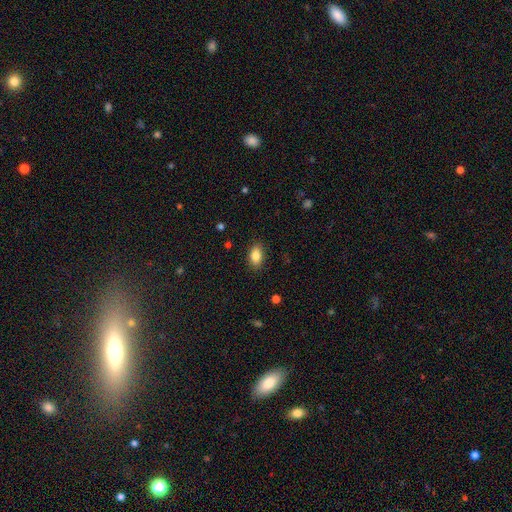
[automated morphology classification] Smooth or featured? Predicted: smooth (p=0.86). How rounded? Predicted: in between (p=0.89). Merging? Predicted: none (p=0.87).